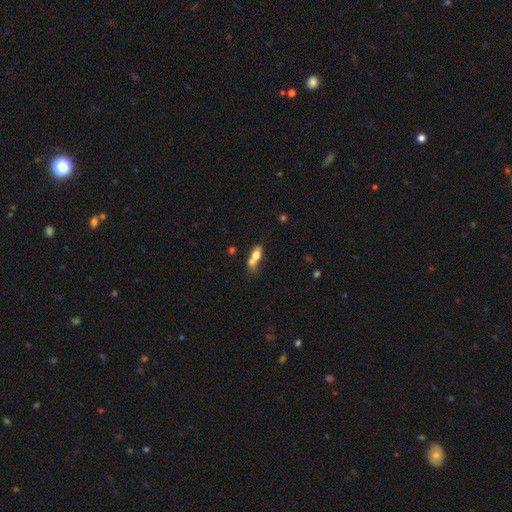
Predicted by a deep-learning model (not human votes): A smooth galaxy with no disk features (67%) that is in between round and cigar-shaped (69%).

Vote fractions:
- Smooth or featured? smooth: 67% / featured or disk: 24% / star or artifact: 9%
- How rounded? in between: 69% / cigar-shaped: 19% / round: 12%
- Merging? merger: 57% / none: 24% / minor disturbance: 11% / major disturbance: 7%